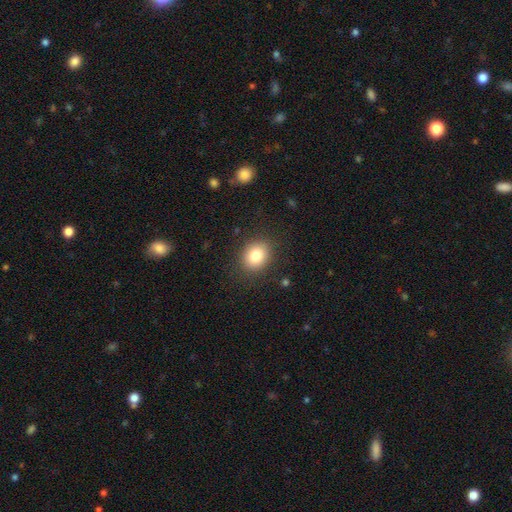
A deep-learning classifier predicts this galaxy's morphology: Q: Smooth or featured?
A: smooth (82%); runner-up: star or artifact (10%)
Q: How rounded?
A: round (53%); runner-up: in between (46%)
Q: Merging?
A: none (86%); runner-up: minor disturbance (10%)